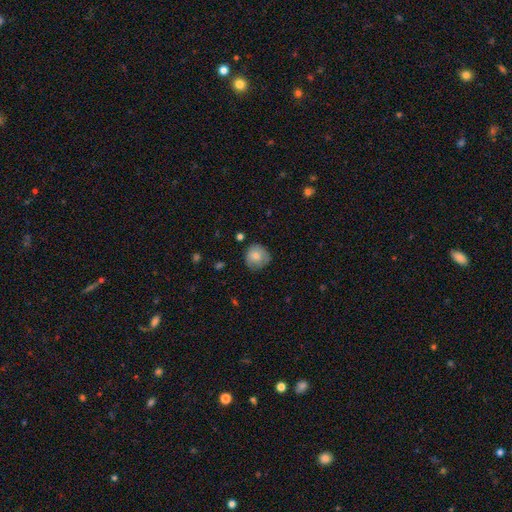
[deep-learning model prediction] Smooth or featured? smooth (79%)
How rounded? round (89%)
Merging? none (72%)